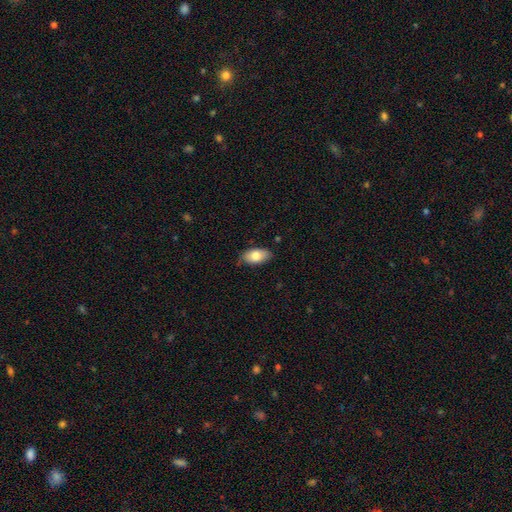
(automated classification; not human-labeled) smooth-or-featured: smooth: 78% | featured or disk: 15% | star or artifact: 7%
  how-rounded: in between: 94% | round: 3% | cigar-shaped: 3%
  merging: none: 80% | minor disturbance: 17% | major disturbance: 2% | merger: 1%